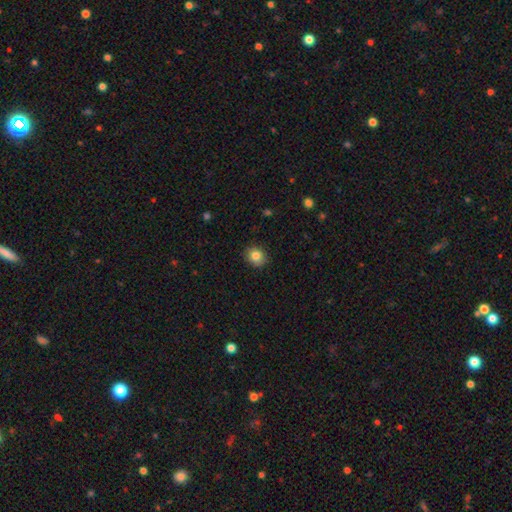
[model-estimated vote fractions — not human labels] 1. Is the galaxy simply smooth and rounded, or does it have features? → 83% smooth, 10% star or artifact, 7% featured or disk.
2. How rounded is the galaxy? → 69% round, 30% in between, 1% cigar-shaped.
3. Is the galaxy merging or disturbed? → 86% none, 11% minor disturbance, 2% major disturbance, 1% merger.